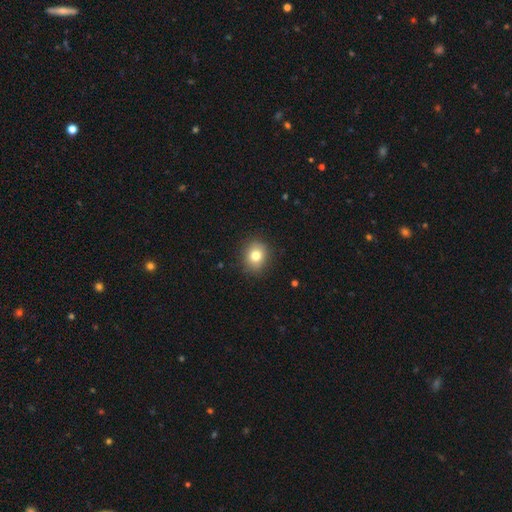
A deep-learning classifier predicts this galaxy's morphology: smooth 79%, star or artifact 11%, featured or disk 10%. Down the decision tree: how rounded — round (64%); merging — none (88%).